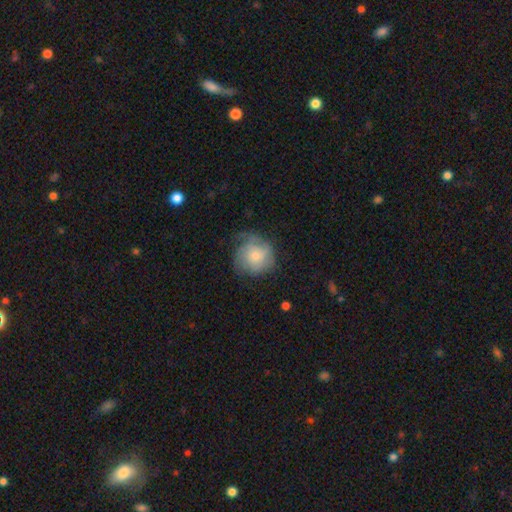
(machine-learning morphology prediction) This appears to be a featured or disk galaxy (52%) with no bar (79%), spiral arms (84%) and a small central bulge (62%). Merging: none (60%).